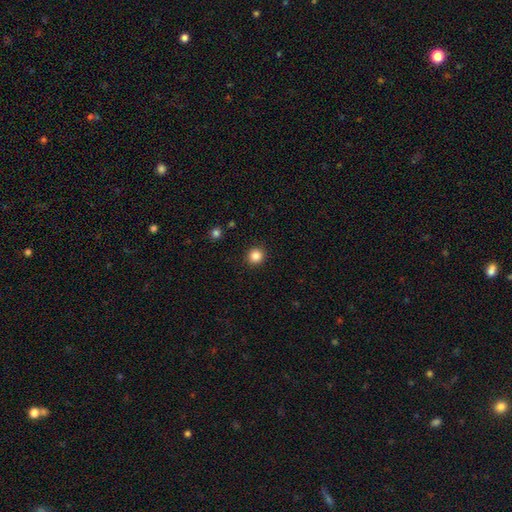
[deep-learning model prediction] Smooth or featured?
  - smooth: 85% *
  - star or artifact: 11%
  - featured or disk: 4%
How rounded?
  - round: 91% *
  - in between: 8%
  - cigar-shaped: 1%
Merging?
  - none: 92% *
  - minor disturbance: 5%
  - major disturbance: 2%
  - merger: 1%